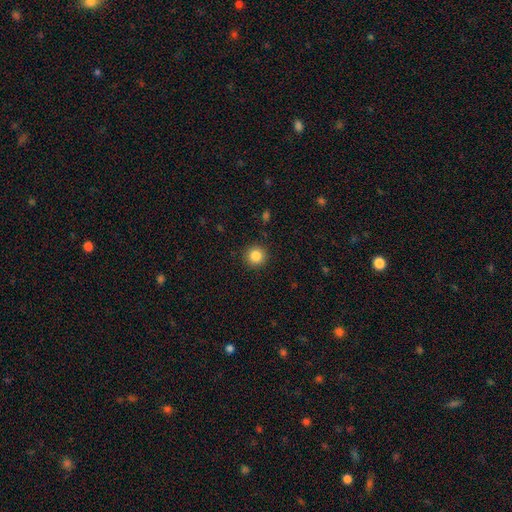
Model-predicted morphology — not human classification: smooth-or-featured: smooth: 85% | star or artifact: 11% | featured or disk: 4%
  how-rounded: round: 94% | in between: 5% | cigar-shaped: 1%
  merging: none: 91% | minor disturbance: 6% | major disturbance: 2% | merger: 1%